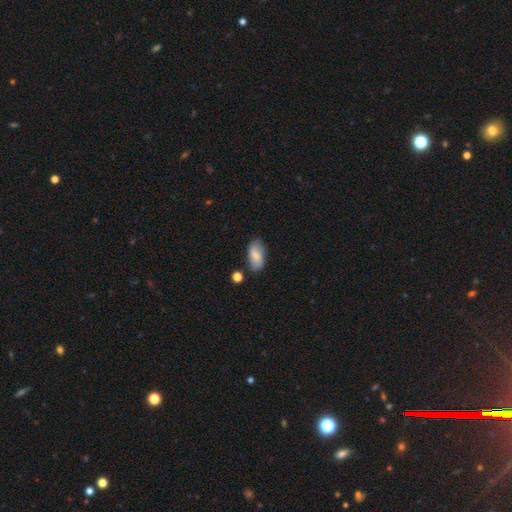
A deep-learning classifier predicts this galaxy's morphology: A smooth galaxy with no disk features (78%) that is in between round and cigar-shaped (92%). Merging: none (74%).